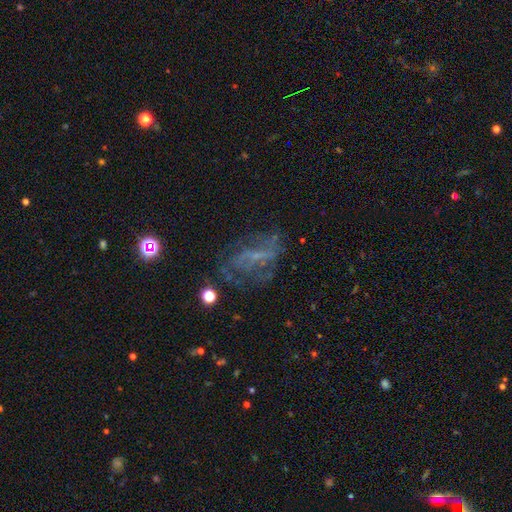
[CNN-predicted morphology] type=featured or disk (60%); edge-on=no (92%); bar=weak (39%); spiral arms=yes (62%); bulge=small (44%); merging=none (53%).